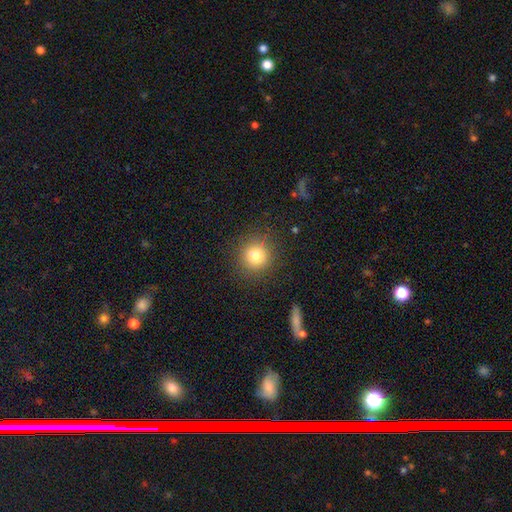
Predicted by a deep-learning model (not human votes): Overall: smooth (81%). How rounded: round (91%). Merging: none (88%).